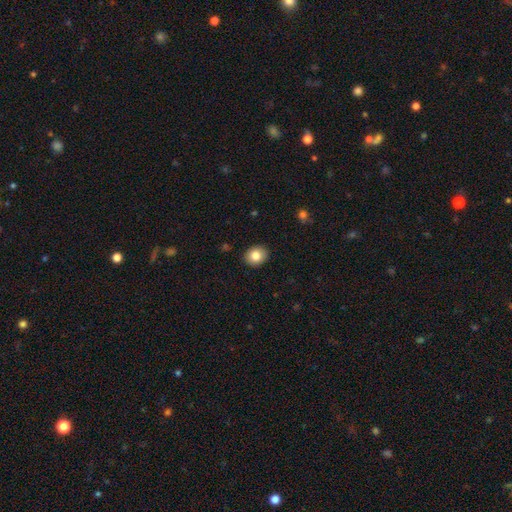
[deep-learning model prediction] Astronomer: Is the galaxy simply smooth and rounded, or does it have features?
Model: smooth — 83%.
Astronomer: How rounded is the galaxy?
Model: round — 61% (runner-up: in between, 38%).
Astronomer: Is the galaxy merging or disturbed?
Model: none — 90%.